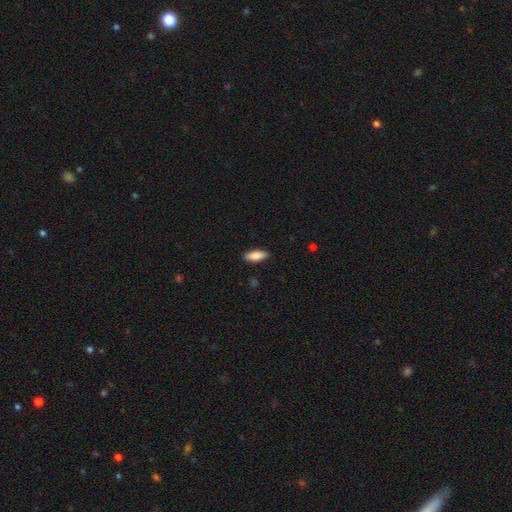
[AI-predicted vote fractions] Smooth or featured: smooth — 85% (featured or disk — 10%)
How rounded: in between — 69% (cigar-shaped — 29%)
Merging: none — 90% (minor disturbance — 8%)